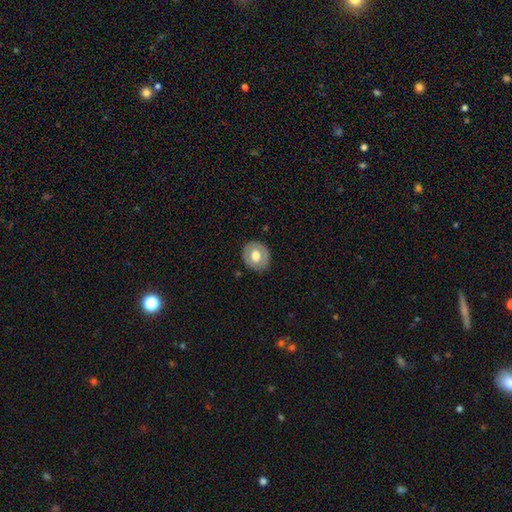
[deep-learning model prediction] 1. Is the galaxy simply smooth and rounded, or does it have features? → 60% smooth, 33% featured or disk, 7% star or artifact.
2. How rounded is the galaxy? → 76% round, 23% in between, 1% cigar-shaped.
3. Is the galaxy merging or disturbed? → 85% none, 12% minor disturbance, 3% major disturbance, 1% merger.